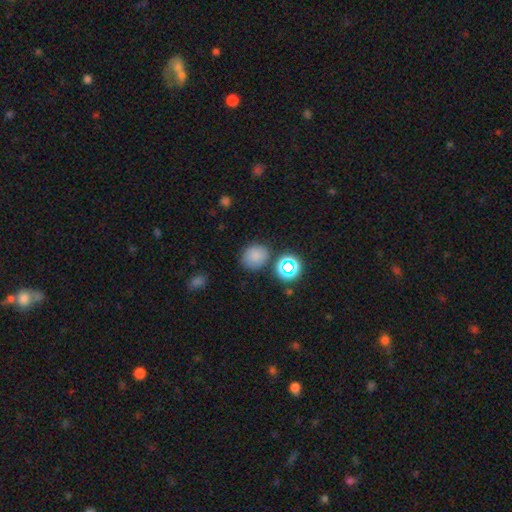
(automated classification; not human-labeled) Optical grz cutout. It shows a smooth galaxy with no disk features (78%) that is round (74%). Merging: none (78%).